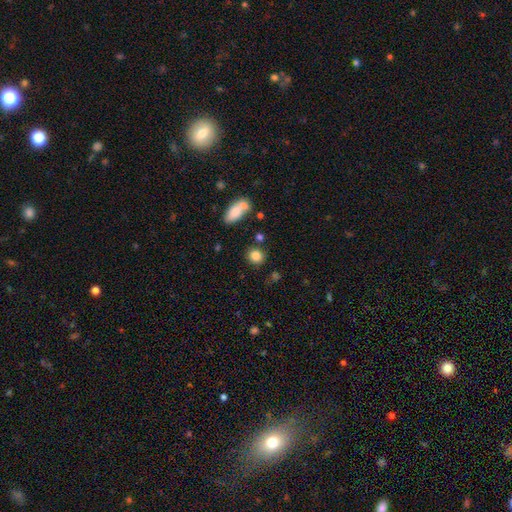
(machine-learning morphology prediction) Q: Smooth or featured?
A: smooth (84%); runner-up: star or artifact (10%)
Q: How rounded?
A: round (83%); runner-up: in between (16%)
Q: Merging?
A: none (82%); runner-up: minor disturbance (9%)